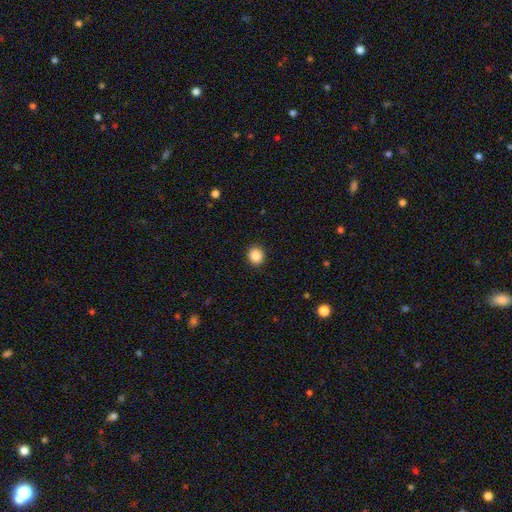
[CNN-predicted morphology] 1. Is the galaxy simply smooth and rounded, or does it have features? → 88% smooth, 9% star or artifact, 3% featured or disk.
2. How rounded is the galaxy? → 82% round, 17% in between, 1% cigar-shaped.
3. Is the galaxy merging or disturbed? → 91% none, 6% minor disturbance, 2% major disturbance, 1% merger.